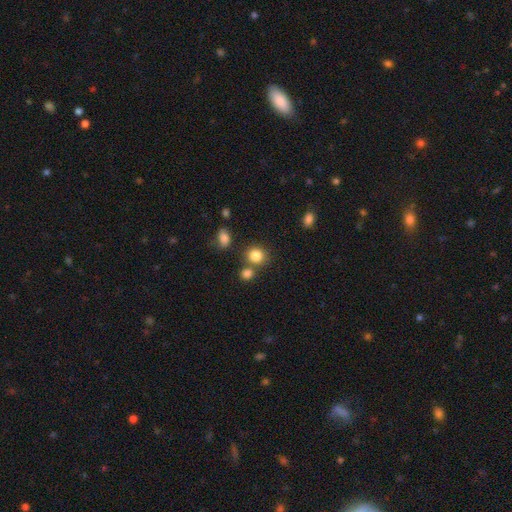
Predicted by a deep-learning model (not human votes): Morphology: type=smooth (83%); roundness=round (79%); merging=none (67%).